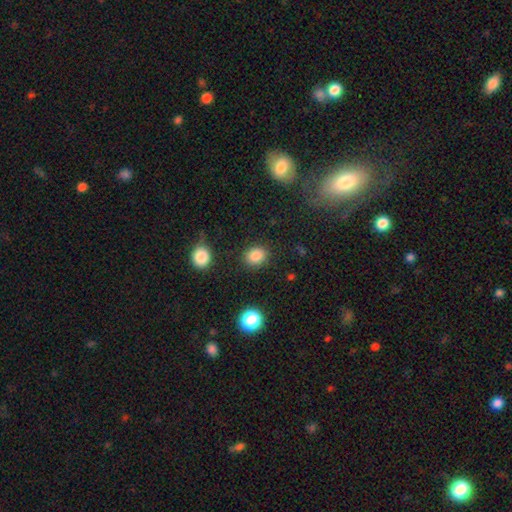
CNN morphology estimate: smooth_or_featured: smooth (p=0.86) [alt: star or artifact p=0.10]
how_rounded: round (p=0.63) [alt: in between p=0.36]
merging: none (p=0.85) [alt: minor disturbance p=0.09]